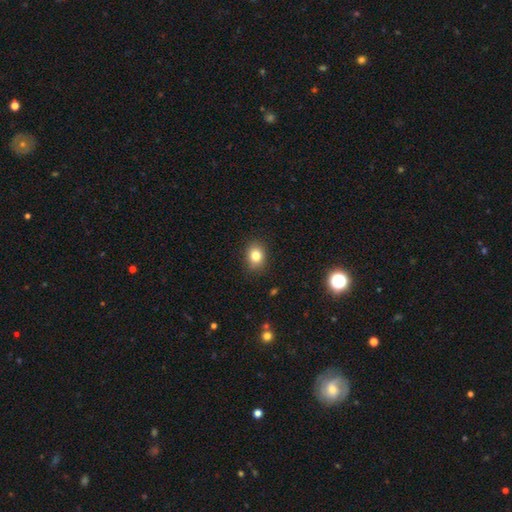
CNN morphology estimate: Overall: smooth (82%). How rounded: round (51%; in between 48%). Merging: none (85%).